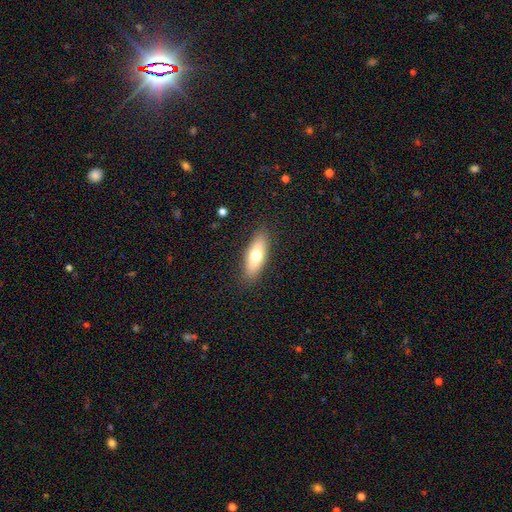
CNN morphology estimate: The model was most divided on "how rounded": in between: 65%, cigar-shaped: 32%, round: 3%. More confident: merging — none (87%); smooth or featured — smooth (67%).